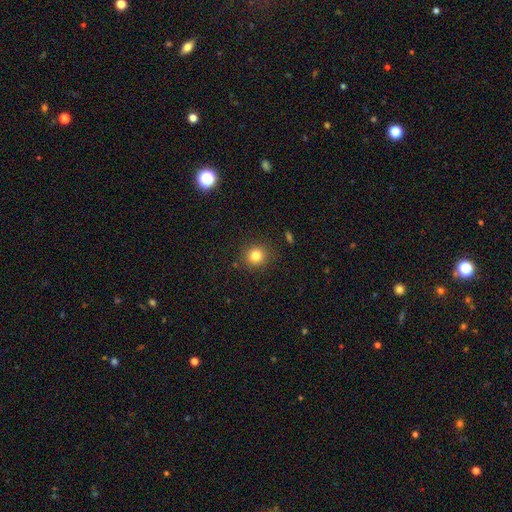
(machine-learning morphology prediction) smooth-or-featured: smooth: 81% | star or artifact: 12% | featured or disk: 6%
  how-rounded: round: 89% | in between: 10% | cigar-shaped: 1%
  merging: none: 89% | minor disturbance: 7% | major disturbance: 2% | merger: 1%